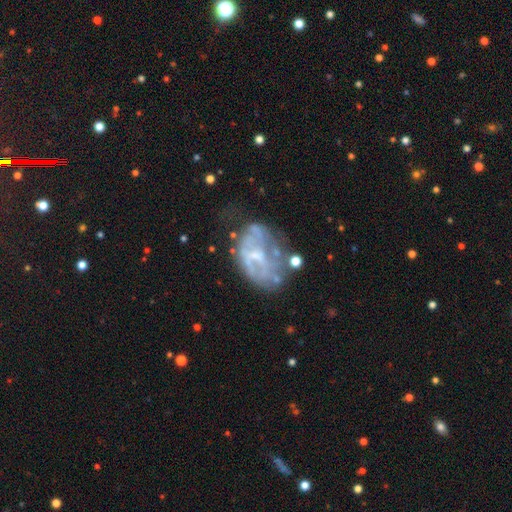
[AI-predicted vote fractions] The model was most divided on "merging": none: 36%, major disturbance: 29%, minor disturbance: 25%, merger: 10%. Remaining: edge-on disk — no (97%); spiral arms — no (70%); smooth or featured — featured or disk (66%); bar — no (64%); bulge size — small (42%).